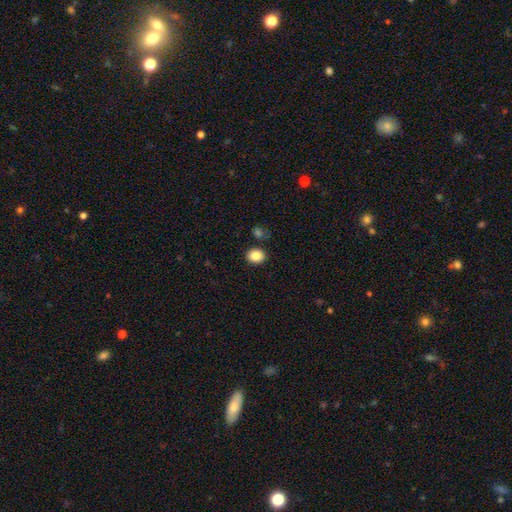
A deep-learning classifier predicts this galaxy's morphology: Smooth or featured: smooth — 86% (star or artifact — 9%)
How rounded: round — 59% (in between — 40%)
Merging: none — 85% (minor disturbance — 8%)